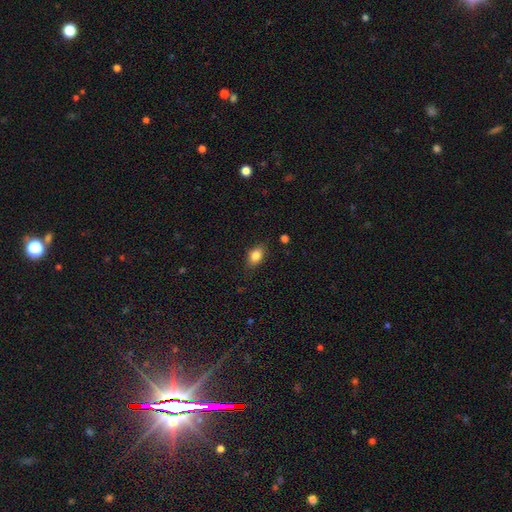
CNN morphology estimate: The model was most divided on "how rounded": in between: 78%, round: 20%, cigar-shaped: 2%. More confident: smooth or featured — smooth (83%); merging — none (82%).